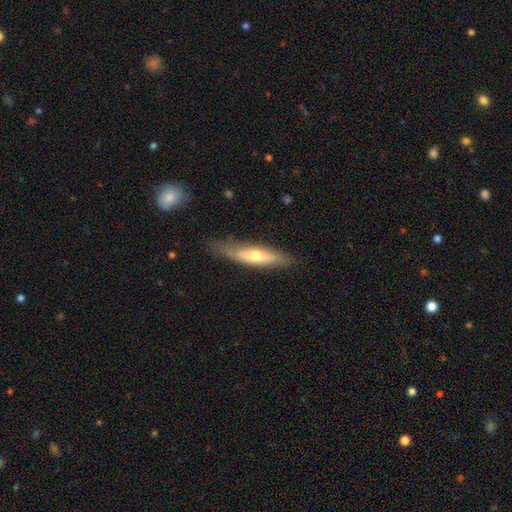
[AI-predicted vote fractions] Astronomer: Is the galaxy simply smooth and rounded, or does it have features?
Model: smooth — 47%, tied with featured or disk at 47%.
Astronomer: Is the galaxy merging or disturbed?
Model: none — 75%.